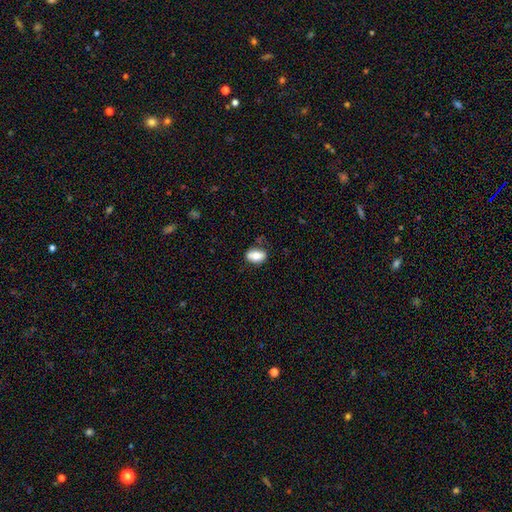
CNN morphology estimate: The model was most divided on "merging": none: 68%, minor disturbance: 21%, merger: 6%, major disturbance: 5%. More confident: how rounded — in between (84%); smooth or featured — smooth (72%).